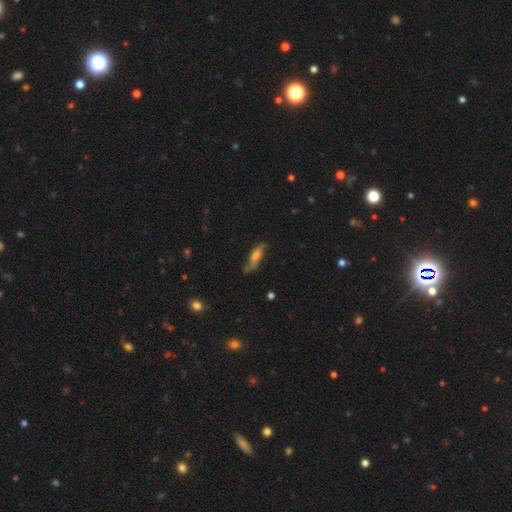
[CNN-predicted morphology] type=smooth (49%); merging=none (62%).